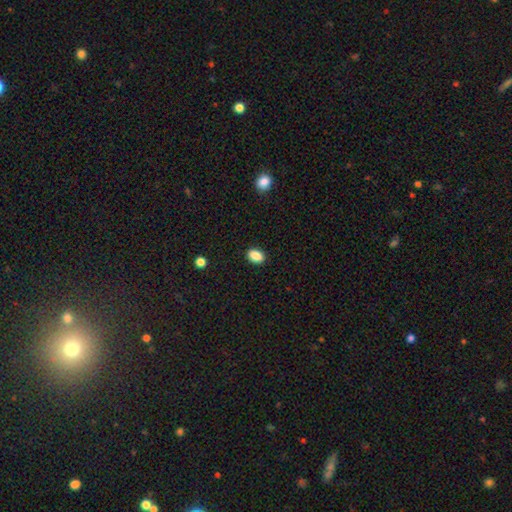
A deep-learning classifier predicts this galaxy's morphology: smooth_or_featured: smooth (p=0.89) [alt: star or artifact p=0.08]
how_rounded: in between (p=0.81) [alt: round p=0.17]
merging: none (p=0.90) [alt: minor disturbance p=0.07]